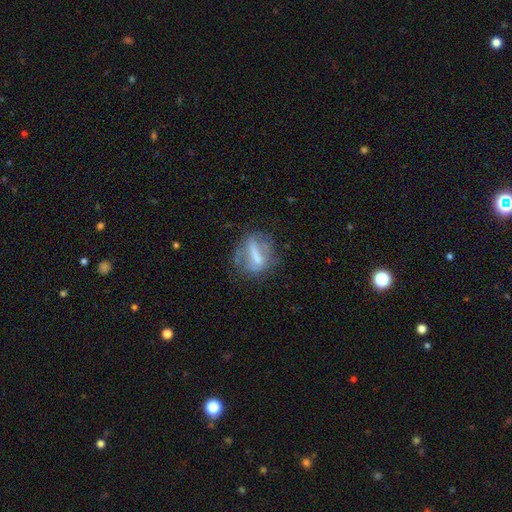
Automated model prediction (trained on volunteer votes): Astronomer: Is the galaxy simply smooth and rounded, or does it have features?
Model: featured or disk — 51% (runner-up: smooth, 38%).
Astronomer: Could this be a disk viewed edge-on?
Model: no — 87%.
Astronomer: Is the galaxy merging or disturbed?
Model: none — 51%.